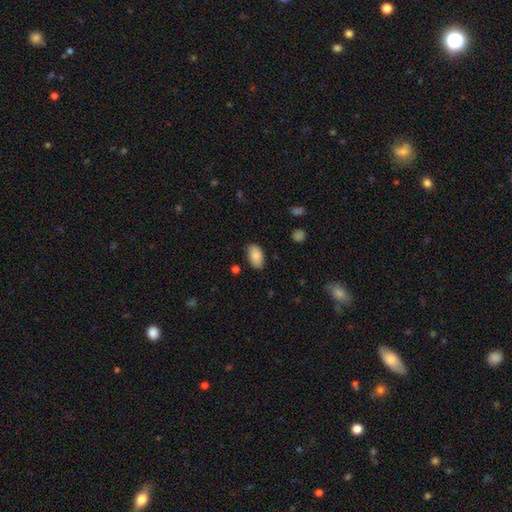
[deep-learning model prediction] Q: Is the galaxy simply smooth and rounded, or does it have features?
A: smooth — 87%.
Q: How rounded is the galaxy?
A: in between — 94%.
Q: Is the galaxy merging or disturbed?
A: none — 81%.